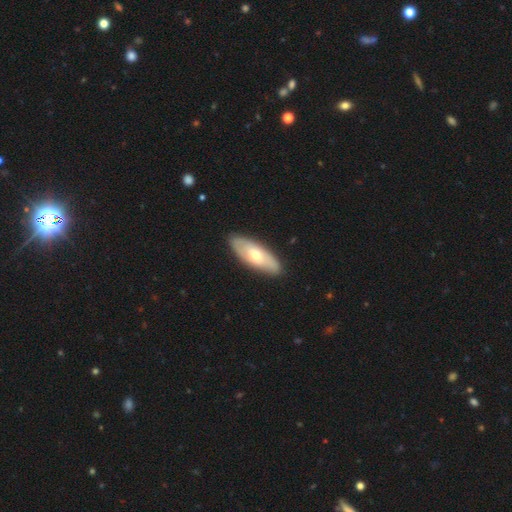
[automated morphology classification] This appears to be a smooth galaxy with no disk features (49%). Merging: none (88%).